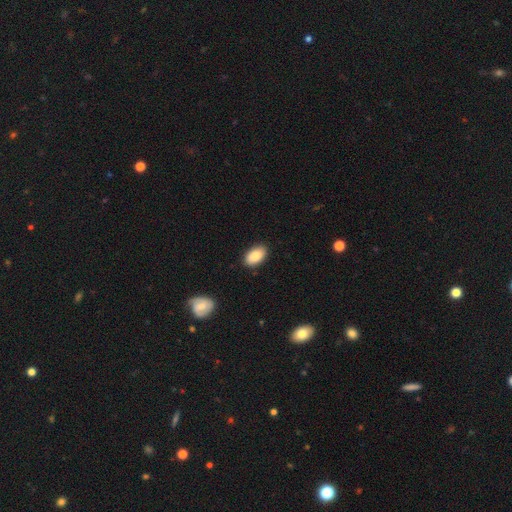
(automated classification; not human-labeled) Overall: smooth (87%). How rounded: in between (94%). Merging: none (87%).